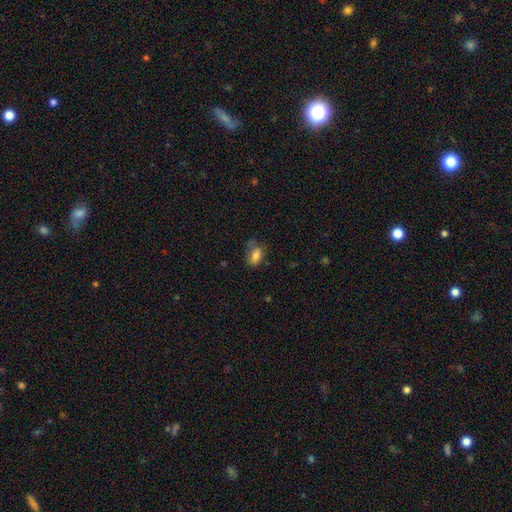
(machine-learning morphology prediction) Smooth or featured? smooth (77%)
How rounded? in between (84%)
Merging? none (61%)